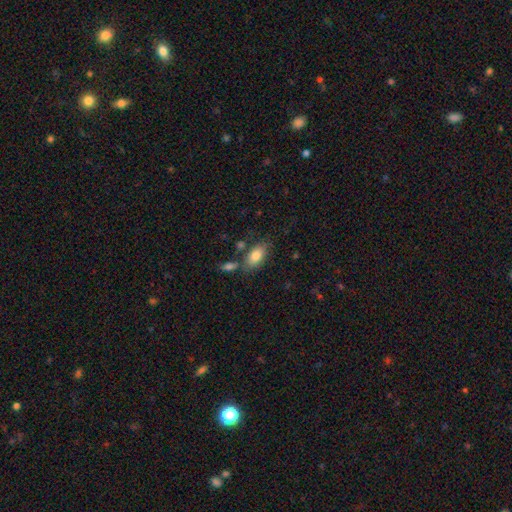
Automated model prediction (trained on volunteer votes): smooth-or-featured: smooth: 81% | featured or disk: 12% | star or artifact: 7%
  how-rounded: in between: 90% | cigar-shaped: 6% | round: 4%
  merging: none: 67% | minor disturbance: 15% | merger: 13% | major disturbance: 5%